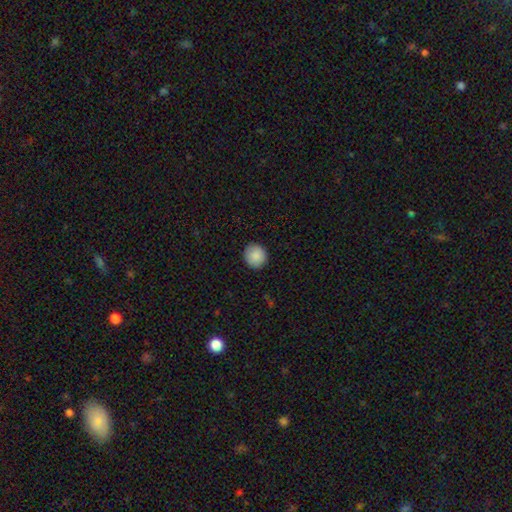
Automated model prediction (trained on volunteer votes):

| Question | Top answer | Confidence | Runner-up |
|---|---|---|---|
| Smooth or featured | smooth | 88% | star or artifact (7%) |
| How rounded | round | 91% | in between (8%) |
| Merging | none | 91% | minor disturbance (7%) |